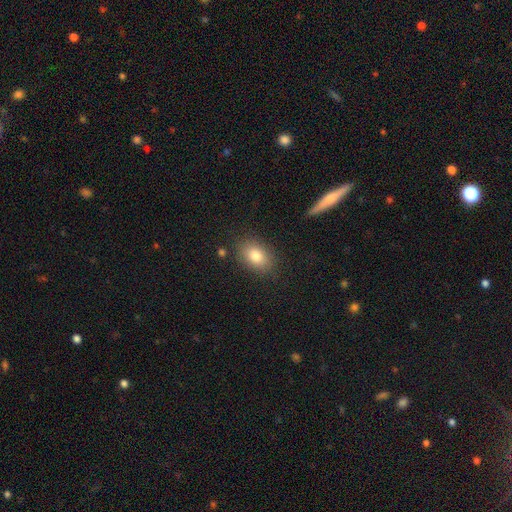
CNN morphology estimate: smooth_or_featured: smooth (p=0.81) [alt: featured or disk p=0.10]
how_rounded: in between (p=0.79) [alt: round p=0.19]
merging: none (p=0.84) [alt: minor disturbance p=0.11]